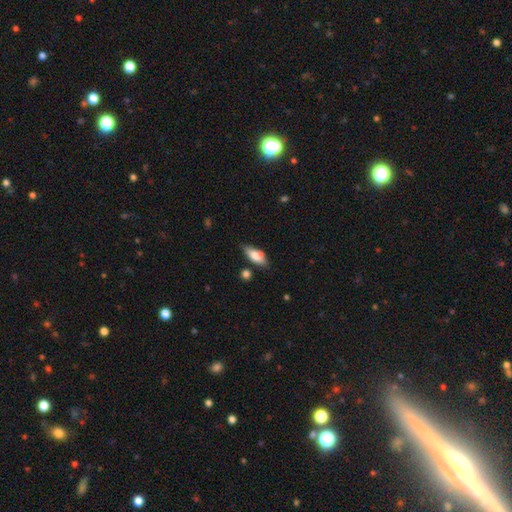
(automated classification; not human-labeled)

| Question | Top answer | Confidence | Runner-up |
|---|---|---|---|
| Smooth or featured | smooth | 76% | featured or disk (17%) |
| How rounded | in between | 73% | cigar-shaped (24%) |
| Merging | none | 67% | minor disturbance (21%) |